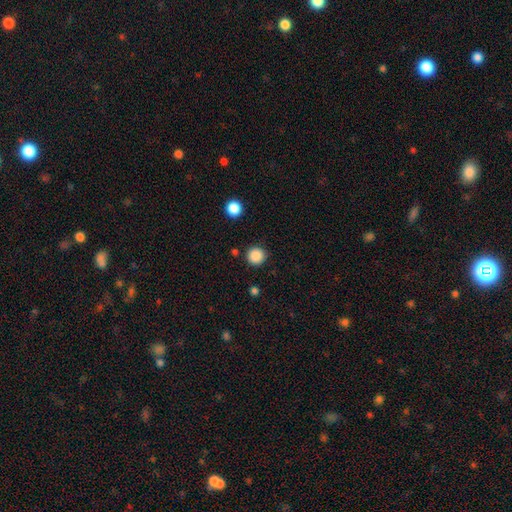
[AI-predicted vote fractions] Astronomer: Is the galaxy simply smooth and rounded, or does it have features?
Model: smooth — 87%.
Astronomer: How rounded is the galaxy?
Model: round — 95%.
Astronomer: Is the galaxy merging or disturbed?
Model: none — 89%.